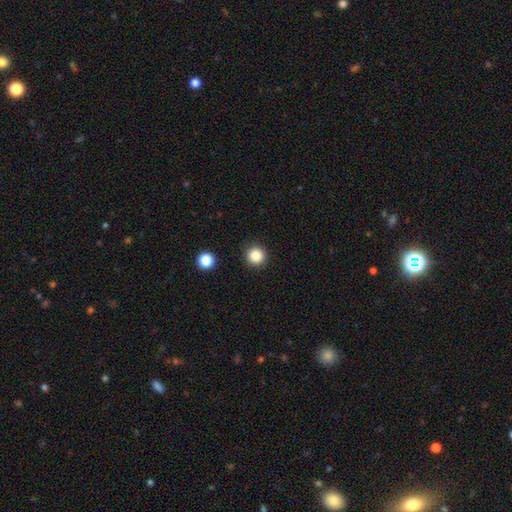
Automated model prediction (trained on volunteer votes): Smooth or featured? Predicted: smooth (p=0.86). How rounded? Predicted: round (p=0.96). Merging? Predicted: none (p=0.92).